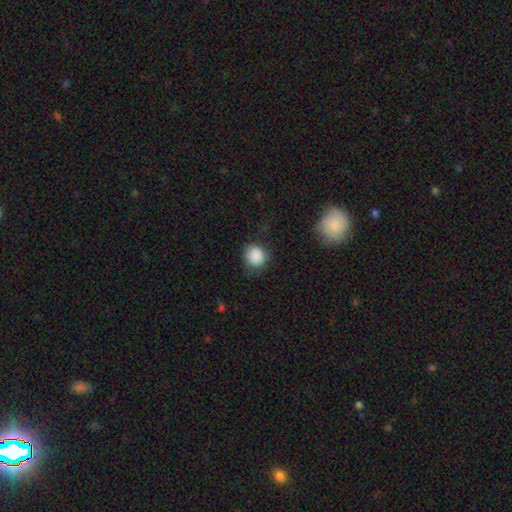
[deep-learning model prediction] Smooth or featured?
  - smooth: 87% *
  - star or artifact: 9%
  - featured or disk: 4%
How rounded?
  - round: 87% *
  - in between: 12%
  - cigar-shaped: 1%
Merging?
  - none: 77% *
  - minor disturbance: 15%
  - major disturbance: 6%
  - merger: 2%